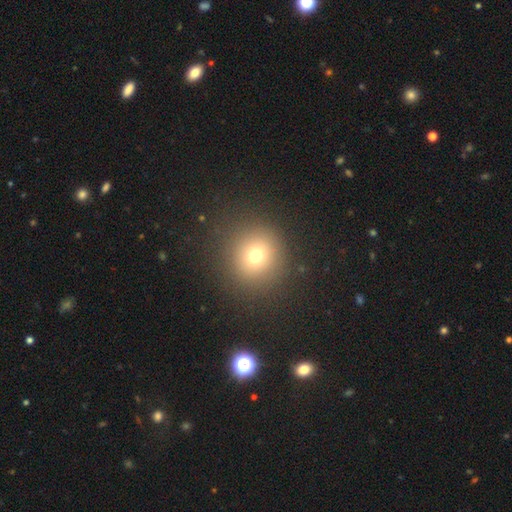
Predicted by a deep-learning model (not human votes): Q: Smooth or featured?
A: smooth (72%); runner-up: star or artifact (18%)
Q: How rounded?
A: round (91%); runner-up: in between (9%)
Q: Merging?
A: none (88%); runner-up: minor disturbance (6%)